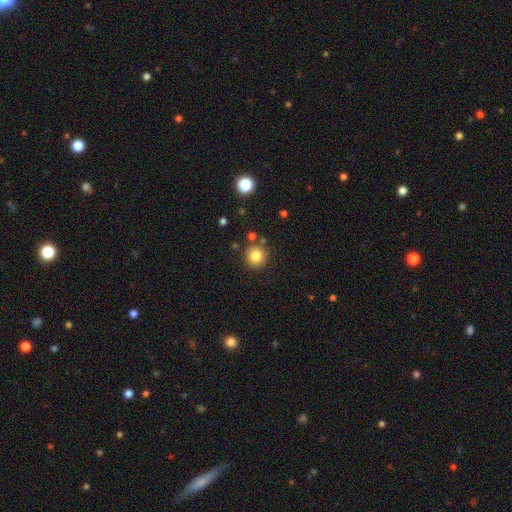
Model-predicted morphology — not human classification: This is clearly a smooth galaxy (82%). How rounded: clearly round (93%). Merging: clearly none (84%).